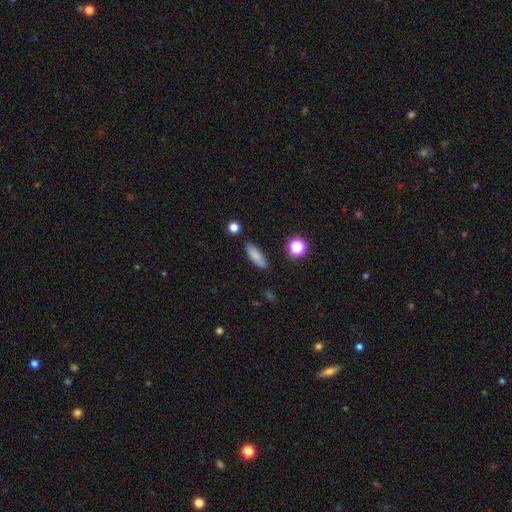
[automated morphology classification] Smooth or featured? Predicted: smooth (p=0.82). How rounded? Predicted: in between (p=0.53). Merging? Predicted: none (p=0.83).